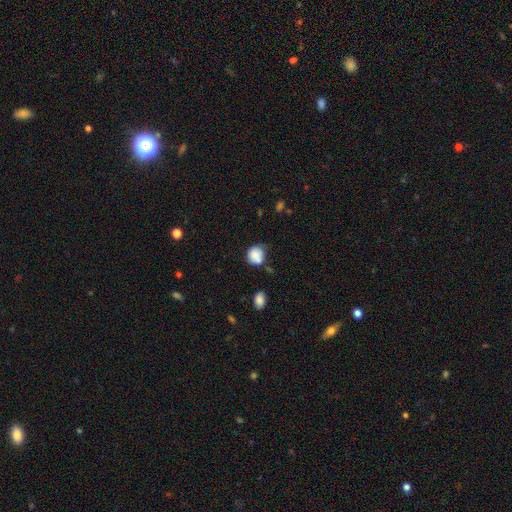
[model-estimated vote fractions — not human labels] A smooth galaxy with no disk features (82%) that is round (76%). Merging: none (52%).